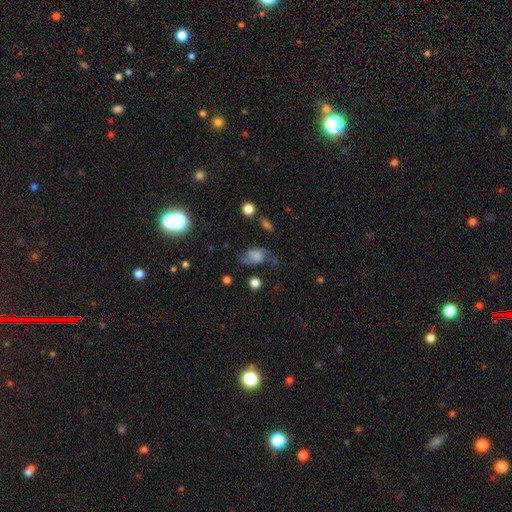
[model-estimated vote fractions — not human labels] This is possibly a featured or disk galaxy (52%). It is clearly not viewed edge-on (95%). Merging: marginally none (40%).